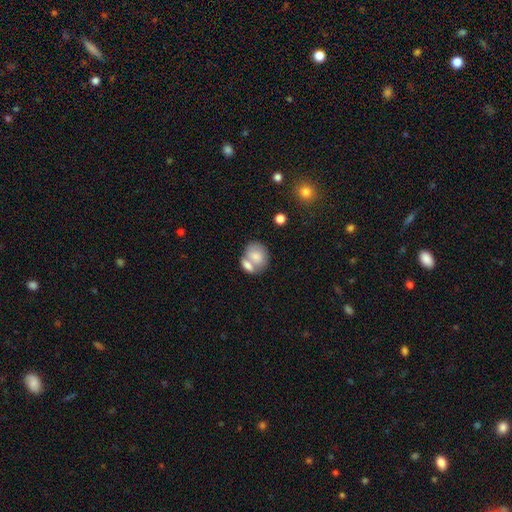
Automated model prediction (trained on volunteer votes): Smooth or featured? Predicted: smooth (p=0.76). How rounded? Predicted: in between (p=0.52). Merging? Predicted: merger (p=0.53).